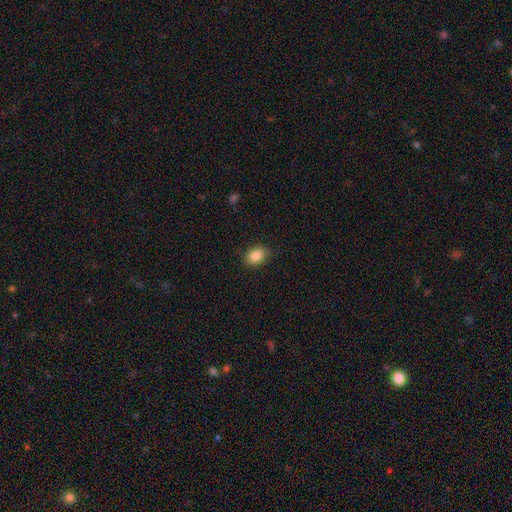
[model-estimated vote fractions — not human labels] This appears to be a smooth galaxy with no disk features (86%) that is in between round and cigar-shaped (70%). Merging: none (82%).